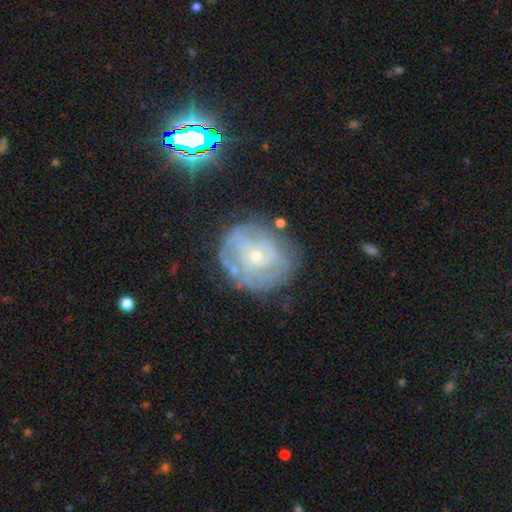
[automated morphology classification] Q: Smooth or featured?
A: featured or disk (74%); runner-up: smooth (18%)
Q: Edge-on disk?
A: no (97%); runner-up: yes (3%)
Q: Bar?
A: no (79%); runner-up: weak (18%)
Q: Spiral arms?
A: yes (81%); runner-up: no (19%)
Q: Spiral winding?
A: tight (69%); runner-up: medium (23%)
Q: Spiral arm count?
A: can't tell (52%); runner-up: 2 (15%)
Q: Bulge size?
A: small (70%); runner-up: moderate (26%)
Q: Merging?
A: none (71%); runner-up: minor disturbance (18%)